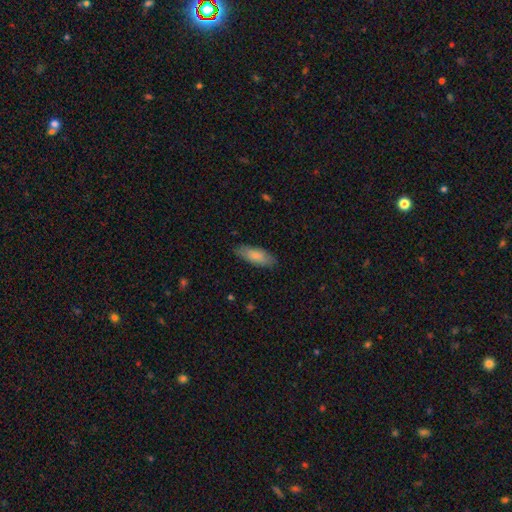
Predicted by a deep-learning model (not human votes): Smooth or featured? smooth (80%)
How rounded? in between (68%)
Merging? none (84%)